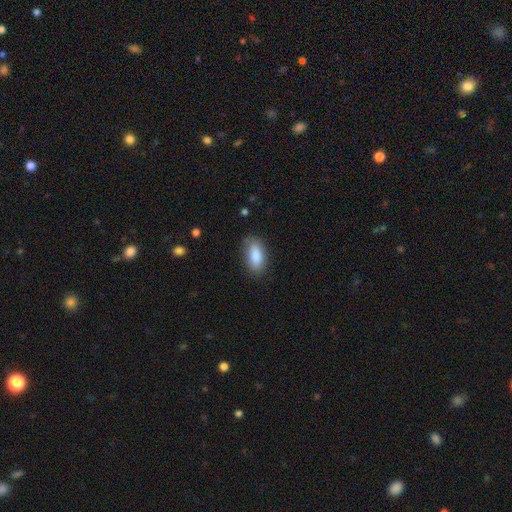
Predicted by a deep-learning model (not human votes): A smooth galaxy with no disk features (88%) that is in between round and cigar-shaped (90%).

Vote fractions:
- Smooth or featured? smooth: 88% / star or artifact: 7% / featured or disk: 6%
- How rounded? in between: 90% / cigar-shaped: 7% / round: 3%
- Merging? none: 82% / minor disturbance: 14% / major disturbance: 3% / merger: 1%